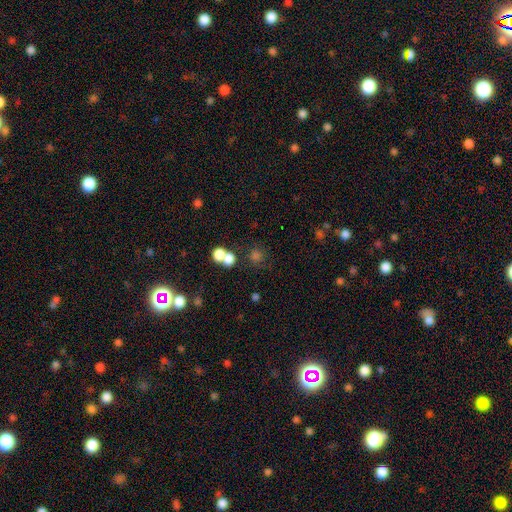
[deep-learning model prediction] Overall: smooth (64%; star or artifact 28%). How rounded: round (87%). Merging: none (65%).